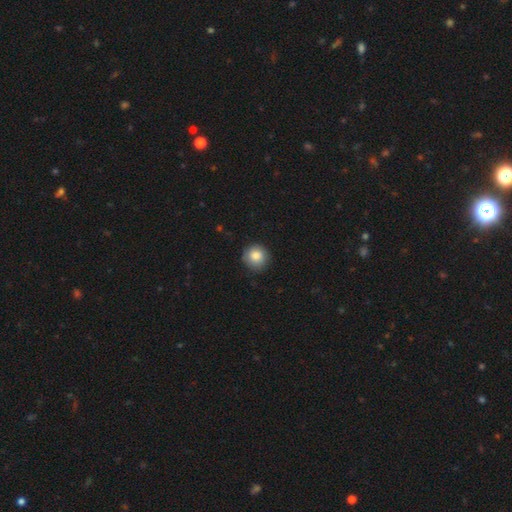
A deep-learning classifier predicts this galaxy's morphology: A smooth galaxy with no disk features (85%) that is round (94%).

Vote fractions:
- Smooth or featured? smooth: 85% / star or artifact: 9% / featured or disk: 6%
- How rounded? round: 94% / in between: 5% / cigar-shaped: 1%
- Merging? none: 88% / minor disturbance: 9% / major disturbance: 2% / merger: 1%